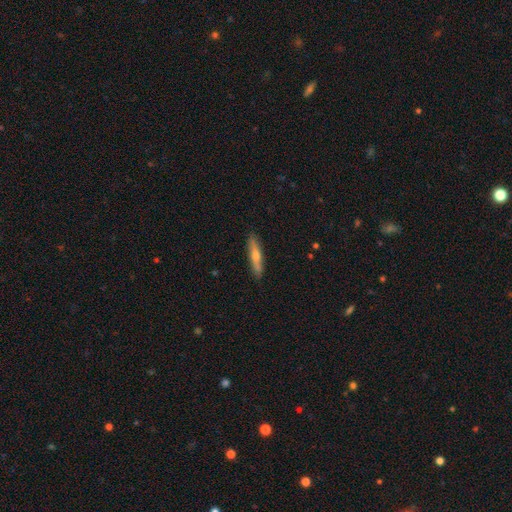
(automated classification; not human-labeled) Overall: smooth (49%; featured or disk 45%). Merging: none (87%).